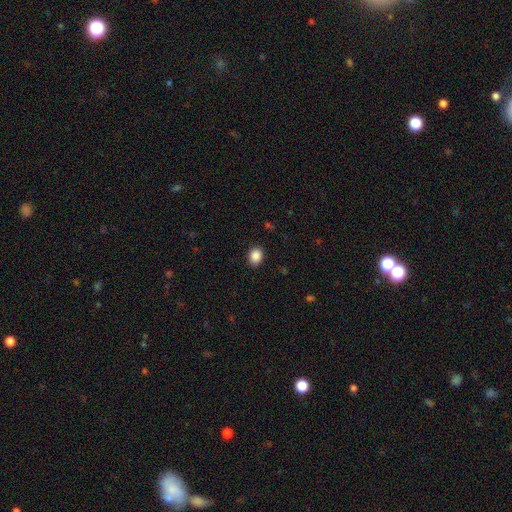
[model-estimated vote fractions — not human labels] Smooth or featured? smooth (88%)
How rounded? in between (61%)
Merging? none (88%)